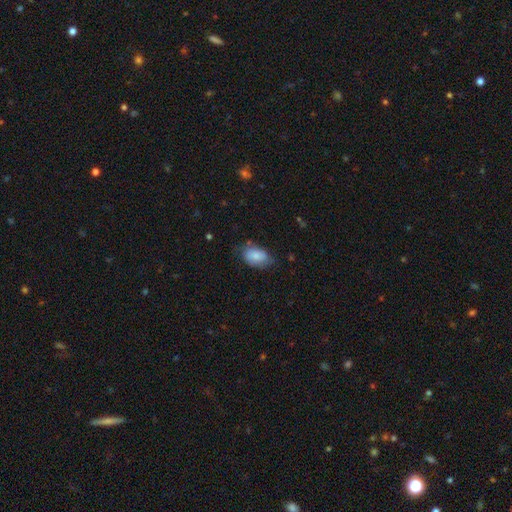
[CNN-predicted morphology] Q: Smooth or featured?
A: smooth (81%); runner-up: featured or disk (12%)
Q: How rounded?
A: in between (90%); runner-up: round (9%)
Q: Merging?
A: none (61%); runner-up: minor disturbance (29%)